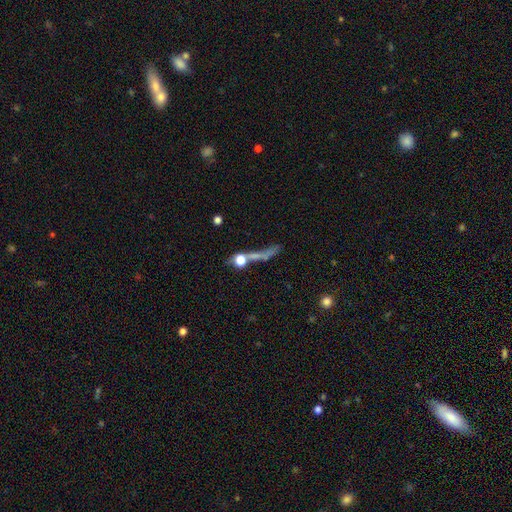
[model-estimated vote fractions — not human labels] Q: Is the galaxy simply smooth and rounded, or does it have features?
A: smooth — 44%.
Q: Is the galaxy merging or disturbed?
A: none — 40%.